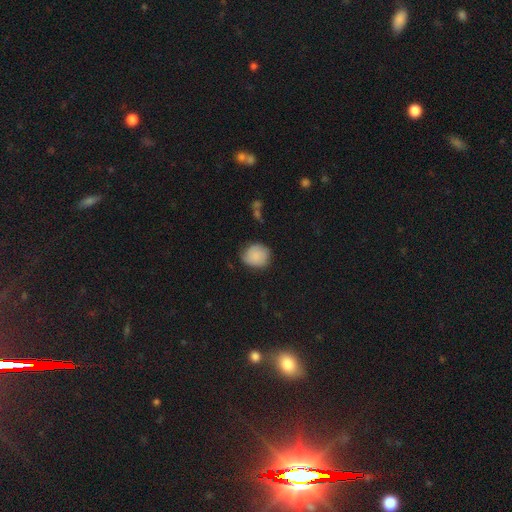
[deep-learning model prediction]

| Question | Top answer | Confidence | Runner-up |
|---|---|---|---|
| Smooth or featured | smooth | 80% | featured or disk (12%) |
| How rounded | round | 81% | in between (18%) |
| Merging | none | 67% | minor disturbance (26%) |